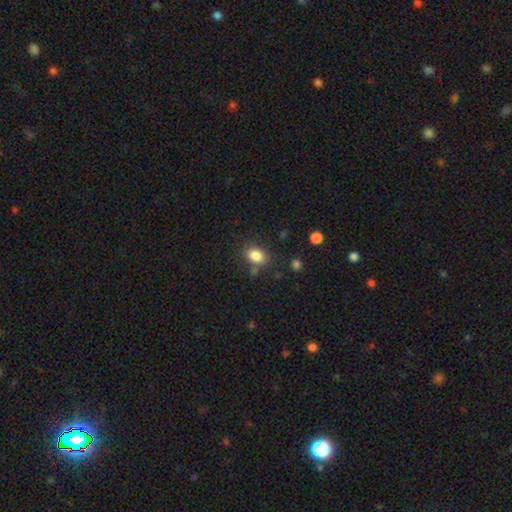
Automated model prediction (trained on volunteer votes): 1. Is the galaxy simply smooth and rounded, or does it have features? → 83% smooth, 10% star or artifact, 7% featured or disk.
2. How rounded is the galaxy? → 68% in between, 31% round, 1% cigar-shaped.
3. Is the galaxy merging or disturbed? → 72% none, 16% minor disturbance, 7% merger, 5% major disturbance.